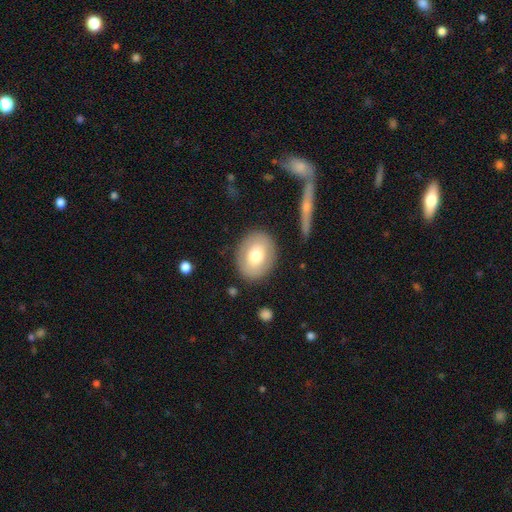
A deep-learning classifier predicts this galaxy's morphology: A smooth galaxy with no disk features (67%) that is in between round and cigar-shaped (53%). Merging: none (84%).